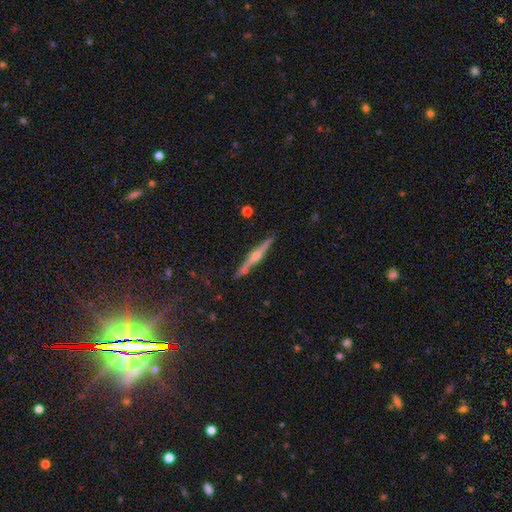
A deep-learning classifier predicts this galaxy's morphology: A featured or disk galaxy (76%) viewed edge-on (98%) with a rounded central bulge (86%). Merging: none (84%).